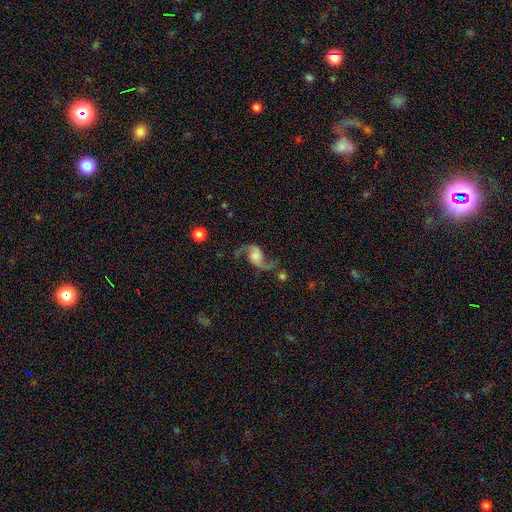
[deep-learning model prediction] Smooth or featured? featured or disk (87%)
Edge-on disk? no (97%)
Bar? no (56%)
Spiral arms? yes (97%)
Spiral winding? loose (84%)
Spiral arm count? 2 (93%)
Bulge size? none (31%)
Merging? none (66%)